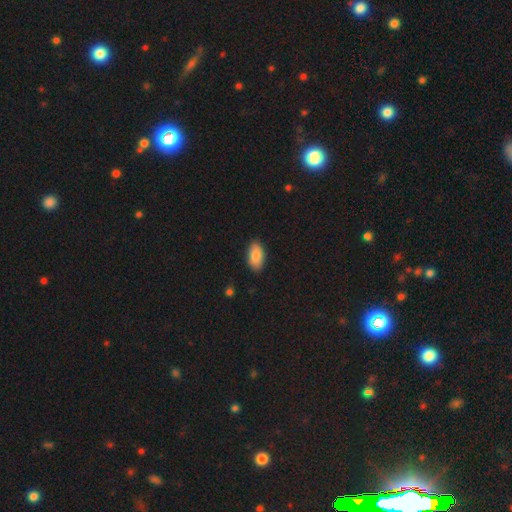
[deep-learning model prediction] A smooth galaxy with no disk features (88%) that is in between round and cigar-shaped (94%).

Vote fractions:
- Smooth or featured? smooth: 88% / star or artifact: 6% / featured or disk: 6%
- How rounded? in between: 94% / cigar-shaped: 3% / round: 3%
- Merging? none: 88% / minor disturbance: 9% / major disturbance: 2% / merger: 1%